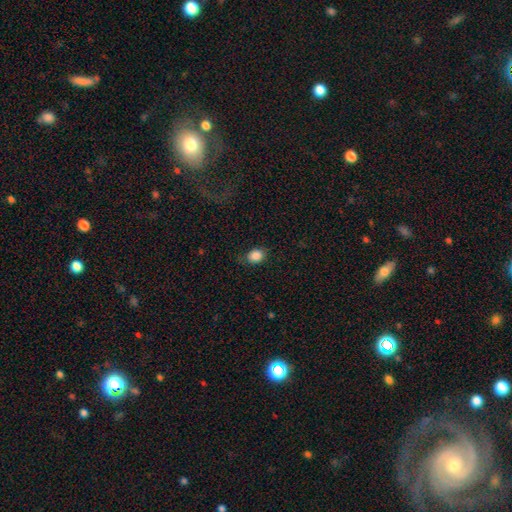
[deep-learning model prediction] smooth_or_featured: smooth (p=0.86) [alt: star or artifact p=0.09]
how_rounded: in between (p=0.56) [alt: round p=0.43]
merging: none (p=0.75) [alt: minor disturbance p=0.18]